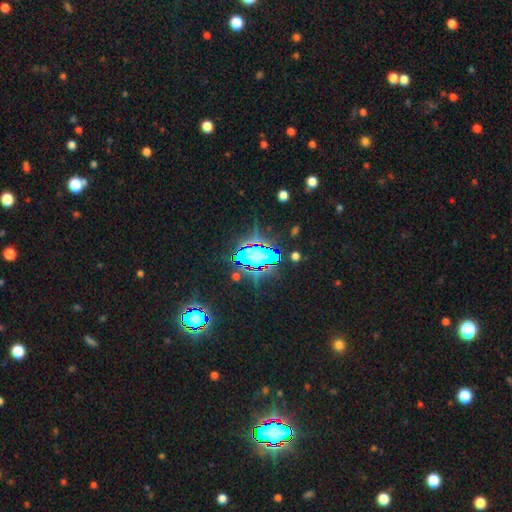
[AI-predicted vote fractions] Smooth or featured?
  - star or artifact: 65% *
  - smooth: 20%
  - featured or disk: 15%